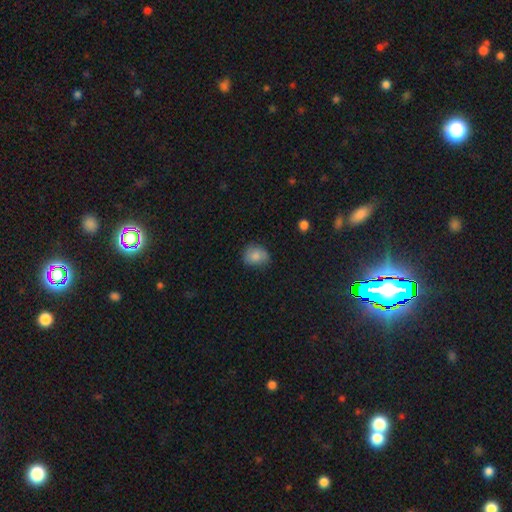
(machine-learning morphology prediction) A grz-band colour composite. It shows a smooth galaxy with no disk features (82%) that is round (56%). Merging: none (67%).